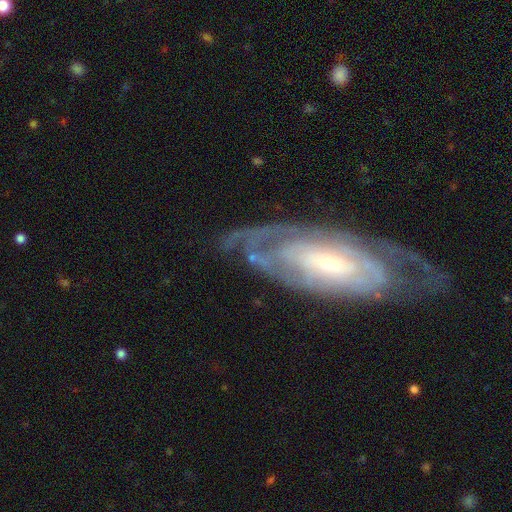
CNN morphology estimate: smooth_or_featured: featured or disk (p=0.77) [alt: smooth p=0.16]
disk_edge_on: no (p=0.85) [alt: yes p=0.15]
bar: no (p=0.59) [alt: weak p=0.30]
has_spiral_arms: yes (p=0.83) [alt: no p=0.17]
spiral_winding: tight (p=0.69) [alt: medium p=0.23]
spiral_arm_count: can't tell (p=0.61) [alt: 2 p=0.17]
bulge_size: small (p=0.64) [alt: moderate p=0.26]
merging: none (p=0.63) [alt: minor disturbance p=0.21]